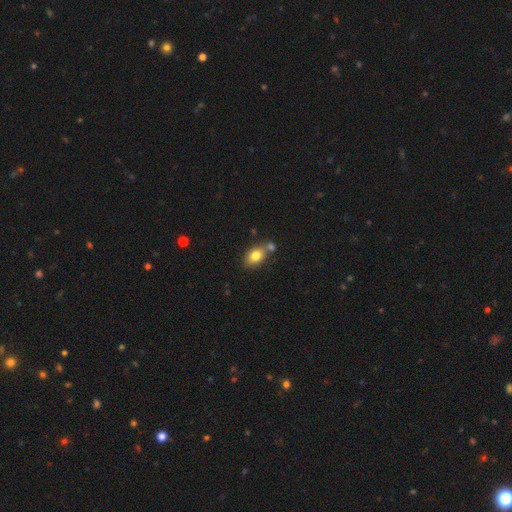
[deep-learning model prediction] The model was most divided on "merging": none: 60%, merger: 23%, minor disturbance: 14%, major disturbance: 4%. More confident: smooth or featured — smooth (79%); how rounded — in between (79%).